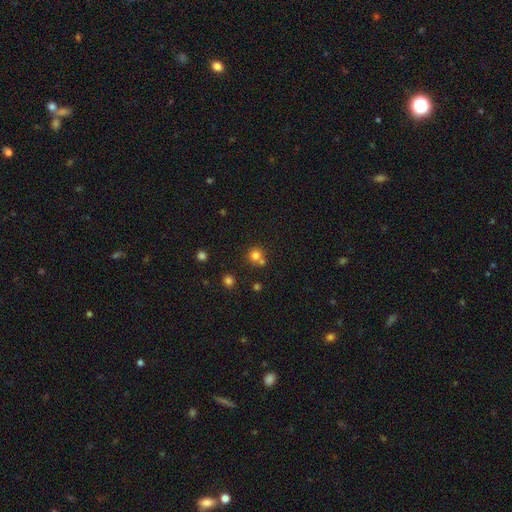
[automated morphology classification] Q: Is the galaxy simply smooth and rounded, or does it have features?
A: smooth — 77%.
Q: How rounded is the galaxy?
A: round — 91%.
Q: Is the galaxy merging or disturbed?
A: none — 59%.